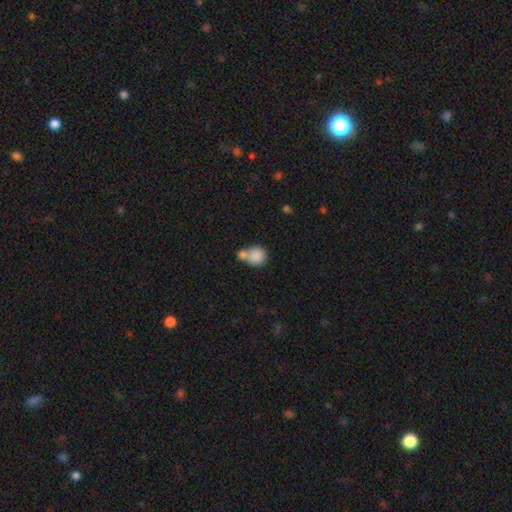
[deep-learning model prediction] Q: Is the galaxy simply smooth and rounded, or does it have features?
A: smooth — 84%.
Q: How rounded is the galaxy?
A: round — 85%.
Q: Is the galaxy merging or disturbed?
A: merger — 53%.